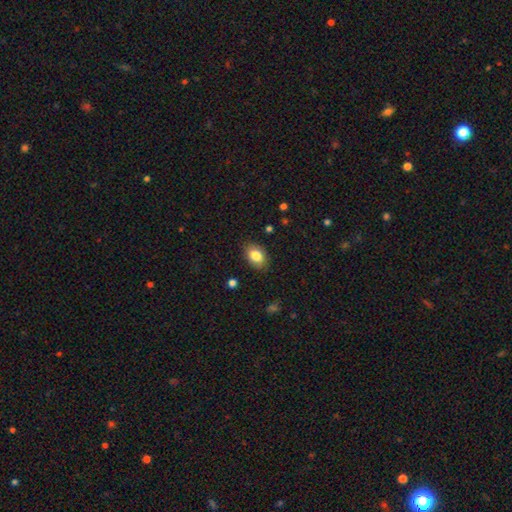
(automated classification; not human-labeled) Smooth or featured?
  - smooth: 83% *
  - featured or disk: 9%
  - star or artifact: 8%
How rounded?
  - in between: 82% *
  - round: 16%
  - cigar-shaped: 1%
Merging?
  - none: 86% *
  - minor disturbance: 10%
  - major disturbance: 2%
  - merger: 1%